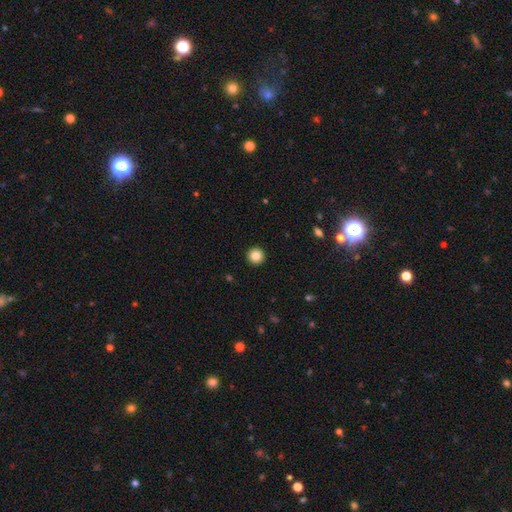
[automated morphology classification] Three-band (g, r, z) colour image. It shows a smooth galaxy with no disk features (85%) that is round (96%). Merging: none (94%).